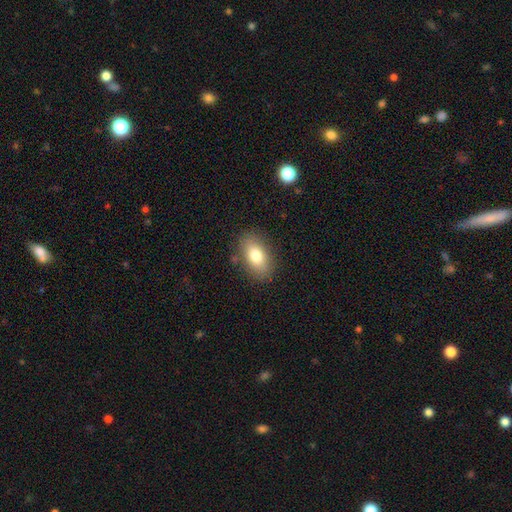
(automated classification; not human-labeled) A smooth galaxy with no disk features (79%) that is in between round and cigar-shaped (90%).

Vote fractions:
- Smooth or featured? smooth: 79% / featured or disk: 13% / star or artifact: 8%
- How rounded? in between: 90% / round: 7% / cigar-shaped: 3%
- Merging? none: 84% / minor disturbance: 11% / major disturbance: 3% / merger: 2%